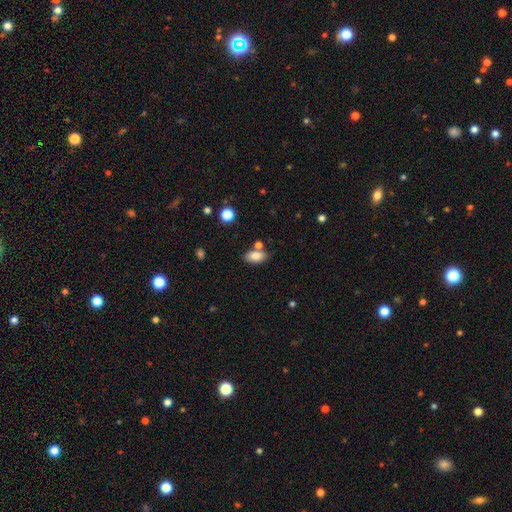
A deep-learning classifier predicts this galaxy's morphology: Smooth or featured: smooth — 83% (featured or disk — 9%)
How rounded: in between — 91% (round — 5%)
Merging: none — 70% (merger — 14%)